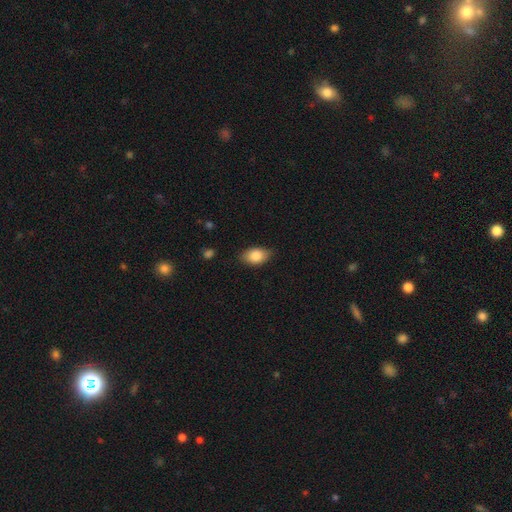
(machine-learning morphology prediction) smooth_or_featured: smooth (p=0.85) [alt: featured or disk p=0.08]
how_rounded: in between (p=0.88) [alt: round p=0.10]
merging: none (p=0.79) [alt: minor disturbance p=0.16]